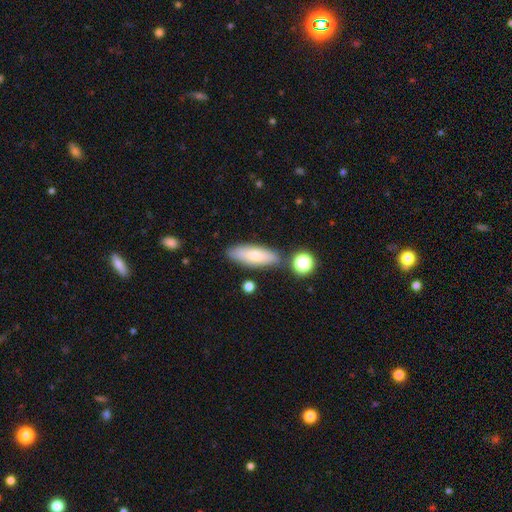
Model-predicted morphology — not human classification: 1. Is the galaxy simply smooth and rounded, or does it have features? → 70% smooth, 23% featured or disk, 7% star or artifact.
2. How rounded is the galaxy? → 57% in between, 40% cigar-shaped, 3% round.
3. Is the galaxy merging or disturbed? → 77% none, 14% minor disturbance, 6% merger, 3% major disturbance.